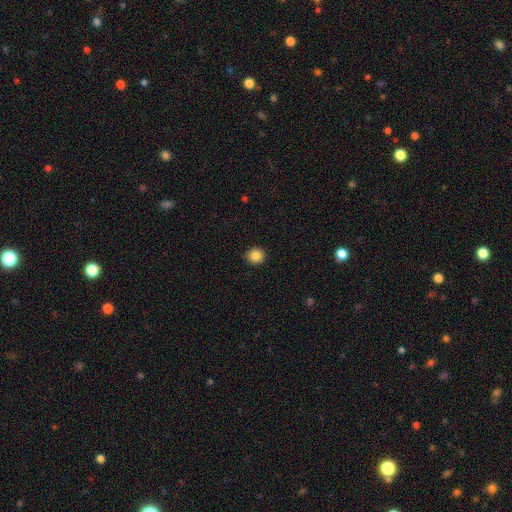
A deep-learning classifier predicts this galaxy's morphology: Smooth or featured? Predicted: smooth (p=0.86). How rounded? Predicted: round (p=0.89). Merging? Predicted: none (p=0.92).